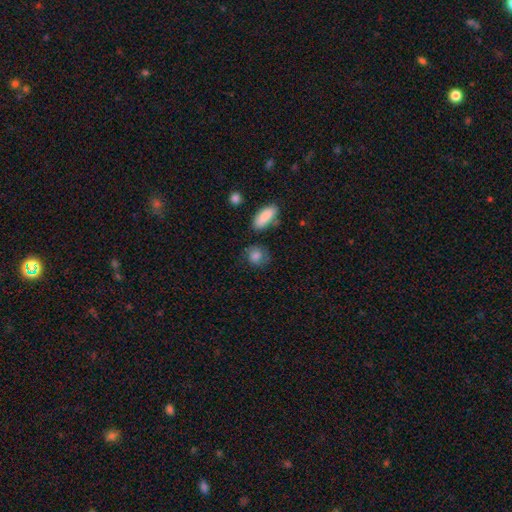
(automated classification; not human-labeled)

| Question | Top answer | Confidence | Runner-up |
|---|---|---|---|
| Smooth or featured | smooth | 80% | featured or disk (11%) |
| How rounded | round | 64% | in between (34%) |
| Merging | none | 67% | minor disturbance (20%) |